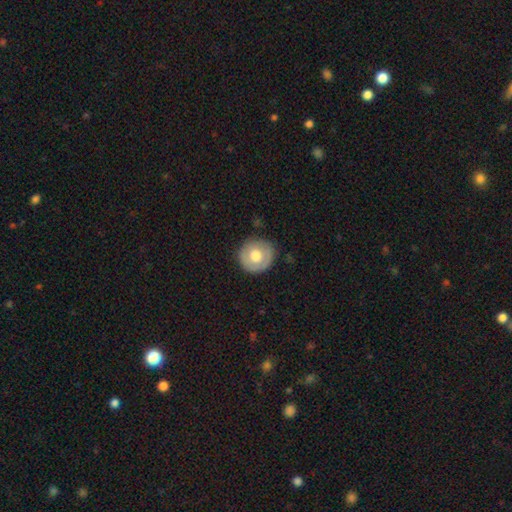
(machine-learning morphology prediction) This appears to be a smooth galaxy with no disk features (60%) that is round (92%). Merging: none (84%).